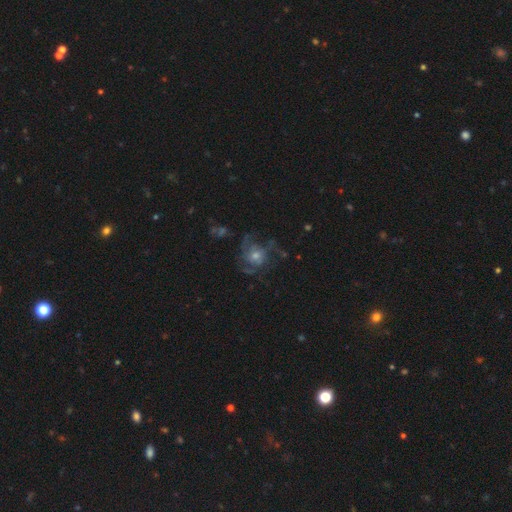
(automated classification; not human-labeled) Overall: featured or disk (70%). Edge-on disk: no (97%). Bar: no (78%). Spiral arms: yes (84%). Spiral arm count: can't tell (33%; 3 27%). Spiral winding: medium (46%; tight 36%). Bulge size: moderate (52%; small 35%). Merging: none (61%).